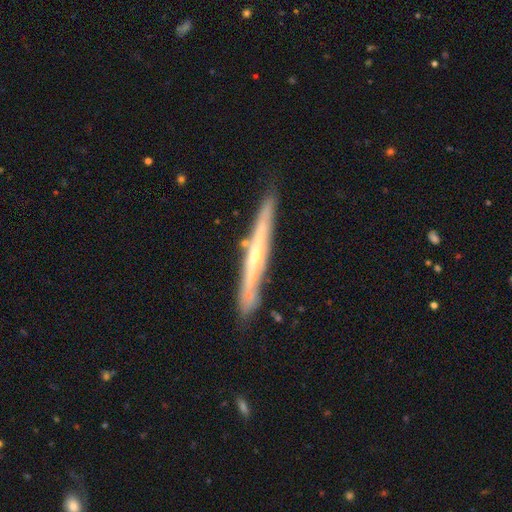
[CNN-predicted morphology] type=featured or disk (75%); edge-on=yes (94%); edge-on bulge=rounded (64%); merging=none (83%).